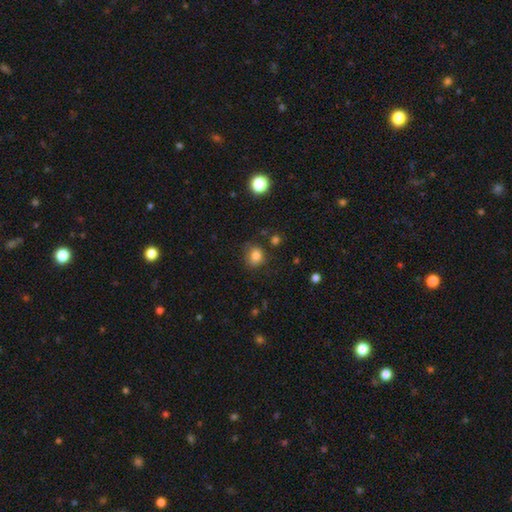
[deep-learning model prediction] Morphology: type=smooth (82%); roundness=round (67%); merging=none (72%).